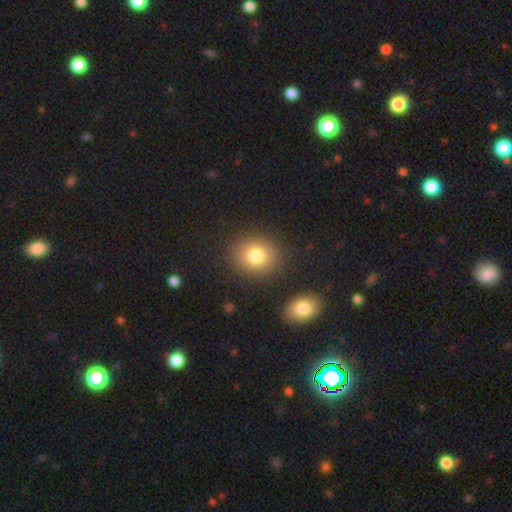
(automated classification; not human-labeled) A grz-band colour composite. It shows a smooth galaxy with no disk features (80%) that is round (73%). Merging: none (86%).